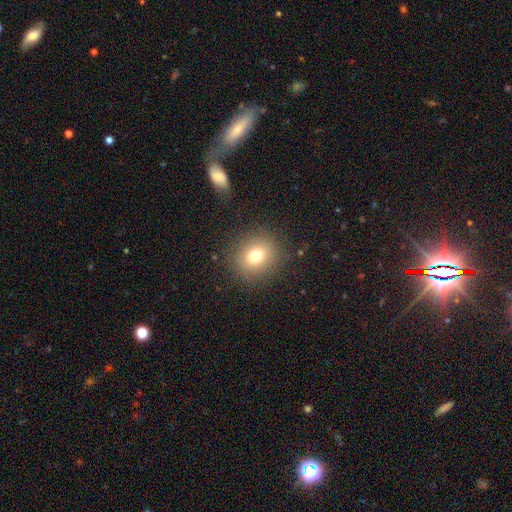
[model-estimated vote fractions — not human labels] Overall: smooth (74%). How rounded: round (79%). Merging: none (87%).